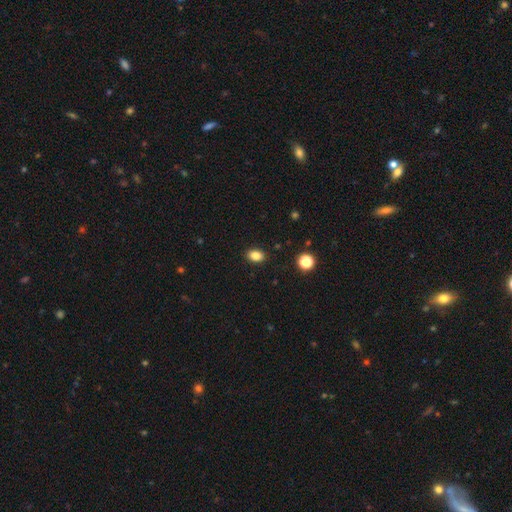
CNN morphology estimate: Smooth or featured?
  - smooth: 84% *
  - star or artifact: 11%
  - featured or disk: 5%
How rounded?
  - in between: 75% *
  - round: 24%
  - cigar-shaped: 1%
Merging?
  - none: 89% *
  - minor disturbance: 8%
  - major disturbance: 2%
  - merger: 1%